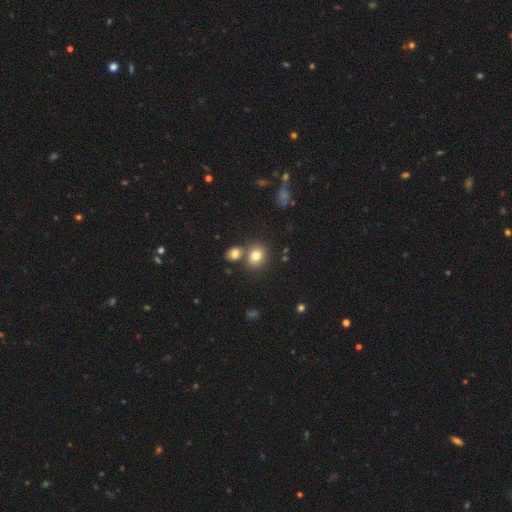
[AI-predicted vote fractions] smooth 79%, star or artifact 12%, featured or disk 9%. Down the decision tree: how rounded — round (61%); merging — none (63%).